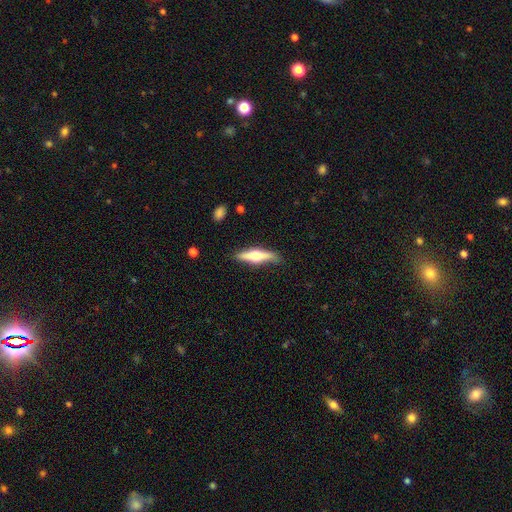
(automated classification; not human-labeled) smooth_or_featured: featured or disk (p=0.58) [alt: smooth p=0.36]
disk_edge_on: yes (p=0.95) [alt: no p=0.05]
edge_on_bulge: rounded (p=0.93) [alt: boxy p=0.05]
merging: none (p=0.81) [alt: minor disturbance p=0.14]